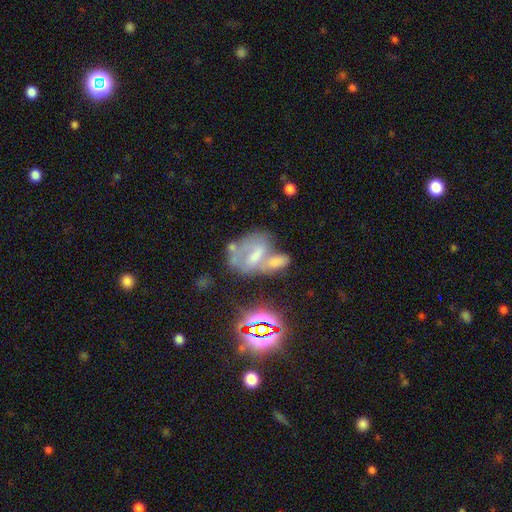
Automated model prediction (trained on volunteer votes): A featured or disk galaxy (45%). Merging: merger (42%).